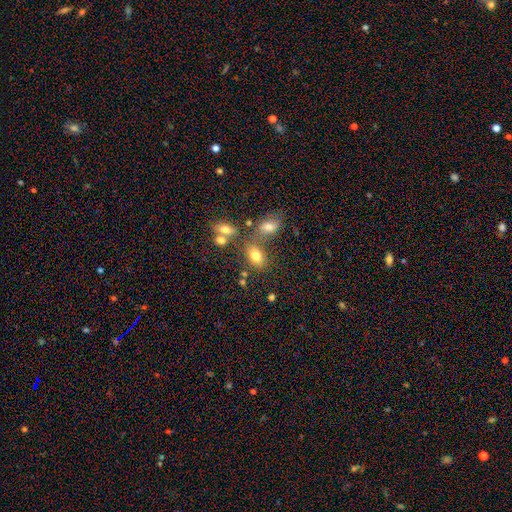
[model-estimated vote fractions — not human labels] smooth_or_featured: smooth (p=0.75) [alt: star or artifact p=0.13]
how_rounded: in between (p=0.80) [alt: round p=0.17]
merging: none (p=0.53) [alt: merger p=0.27]